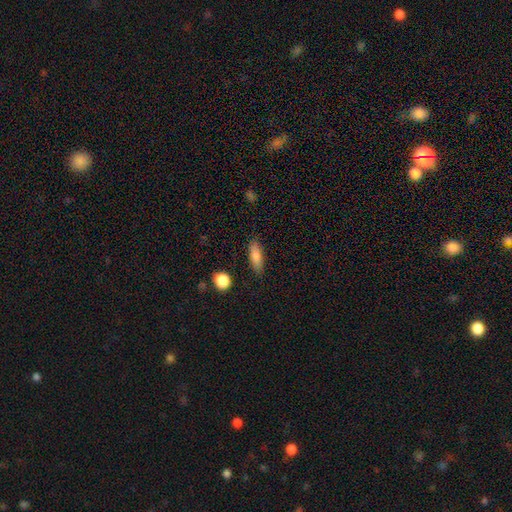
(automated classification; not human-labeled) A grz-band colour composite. It shows a smooth galaxy with no disk features (83%) that is in between round and cigar-shaped (58%). Merging: none (85%).